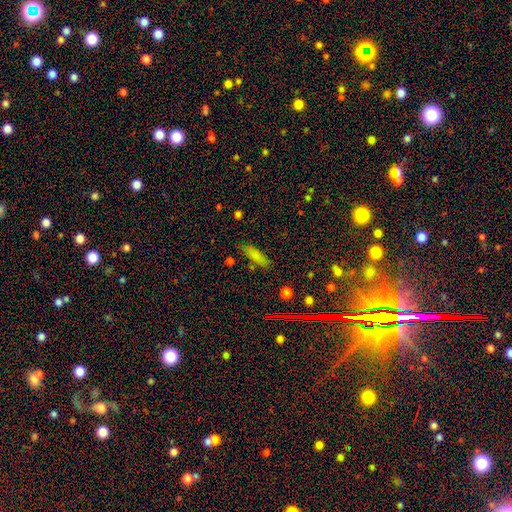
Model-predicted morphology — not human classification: A smooth galaxy with no disk features (77%) that is in between round and cigar-shaped (51%).

Vote fractions:
- Smooth or featured? smooth: 77% / star or artifact: 12% / featured or disk: 10%
- How rounded? in between: 51% / cigar-shaped: 46% / round: 3%
- Merging? none: 75% / minor disturbance: 17% / major disturbance: 4% / merger: 3%